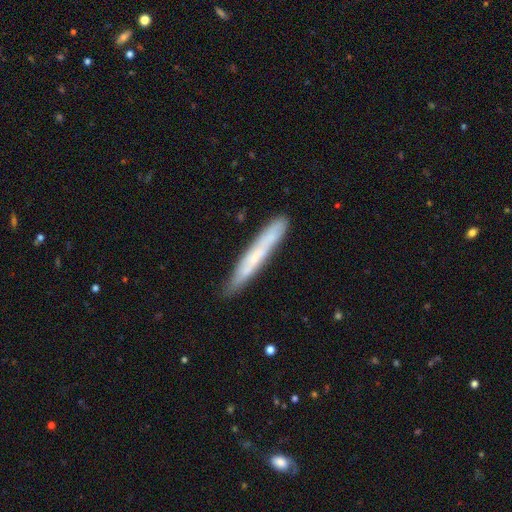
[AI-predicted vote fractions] This appears to be a smooth galaxy with no disk features (52%) that is cigar-shaped (96%). Merging: none (83%).